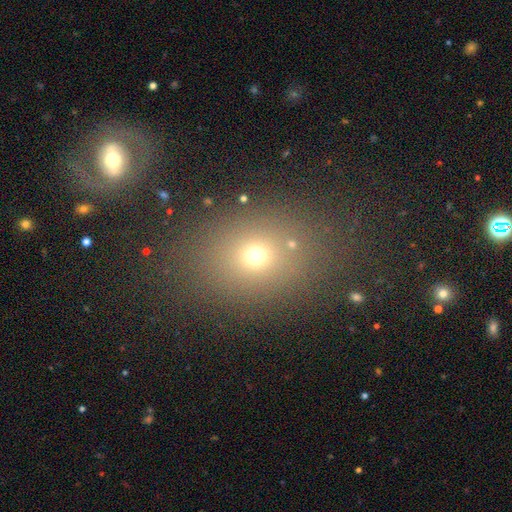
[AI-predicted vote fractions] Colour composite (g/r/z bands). It shows a smooth galaxy with no disk features (66%) that is round (50%). Merging: none (79%).